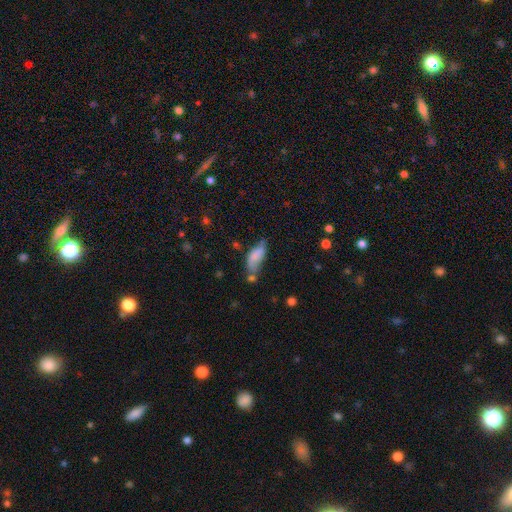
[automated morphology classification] Smooth or featured?
  - smooth: 73% *
  - featured or disk: 18%
  - star or artifact: 9%
How rounded?
  - in between: 77% *
  - cigar-shaped: 21%
  - round: 2%
Merging?
  - minor disturbance: 34% *
  - none: 33%
  - major disturbance: 18%
  - merger: 16%